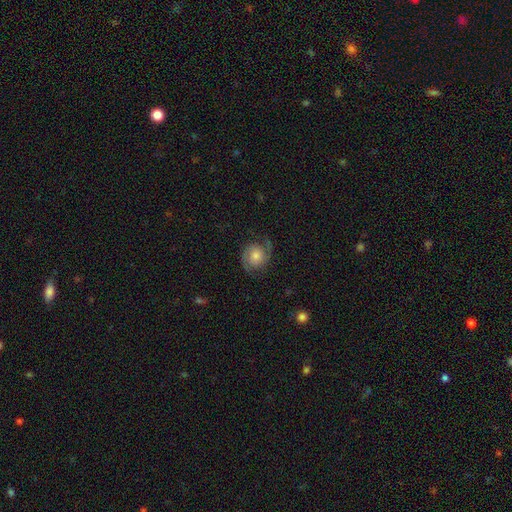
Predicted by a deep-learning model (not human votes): Smooth or featured?
  - featured or disk: 78% *
  - smooth: 15%
  - star or artifact: 7%
Edge-on disk?
  - no: 98% *
  - yes: 2%
Bar?
  - no: 73% *
  - weak: 23%
  - strong: 5%
Spiral arms?
  - yes: 96% *
  - no: 4%
Spiral winding?
  - medium: 46% *
  - tight: 35%
  - loose: 20%
Spiral arm count?
  - 2: 91% *
  - can't tell: 3%
  - 1: 2%
  - 3: 1%
  - 4: 1%
  - more than 4: 1%
Bulge size?
  - moderate: 52% *
  - small: 31%
  - large: 10%
  - none: 4%
  - dominant: 2%
Merging?
  - none: 77% *
  - minor disturbance: 15%
  - major disturbance: 7%
  - merger: 1%